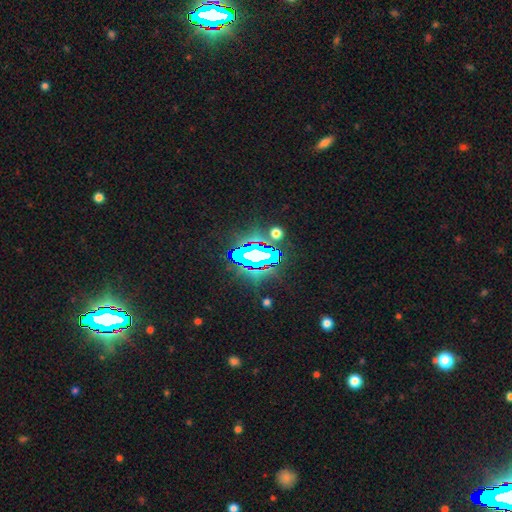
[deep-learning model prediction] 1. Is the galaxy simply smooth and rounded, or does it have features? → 72% star or artifact, 15% smooth, 13% featured or disk.